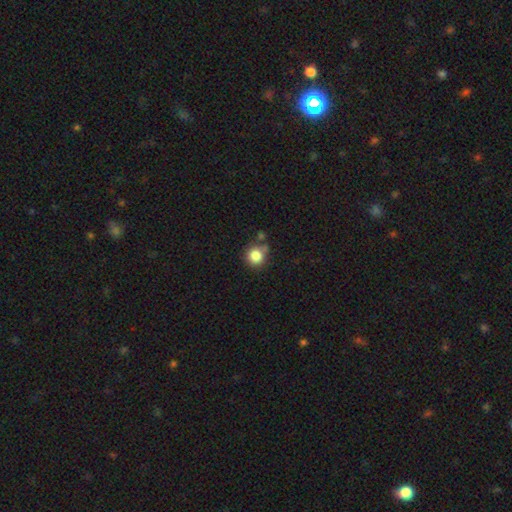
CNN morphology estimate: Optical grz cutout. It shows a smooth galaxy with no disk features (84%) that is round (91%). Merging: none (67%).